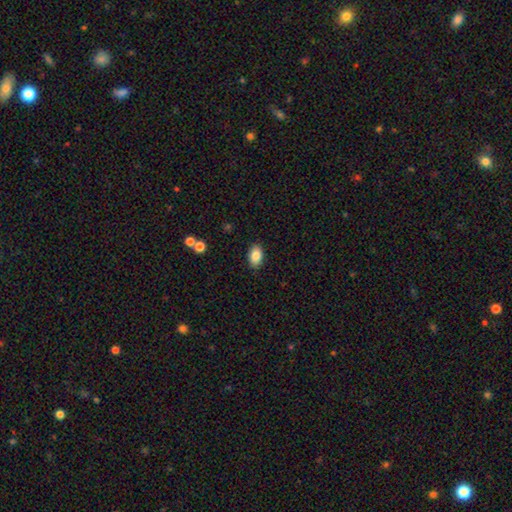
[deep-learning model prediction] Smooth or featured: smooth — 85% (star or artifact — 8%)
How rounded: in between — 90% (round — 8%)
Merging: none — 87% (minor disturbance — 9%)